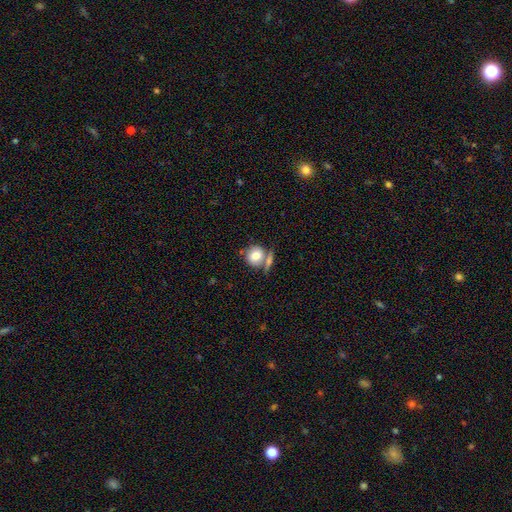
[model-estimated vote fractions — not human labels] smooth_or_featured: smooth (p=0.76) [alt: featured or disk p=0.17]
how_rounded: round (p=0.81) [alt: in between p=0.18]
merging: none (p=0.50) [alt: merger p=0.30]